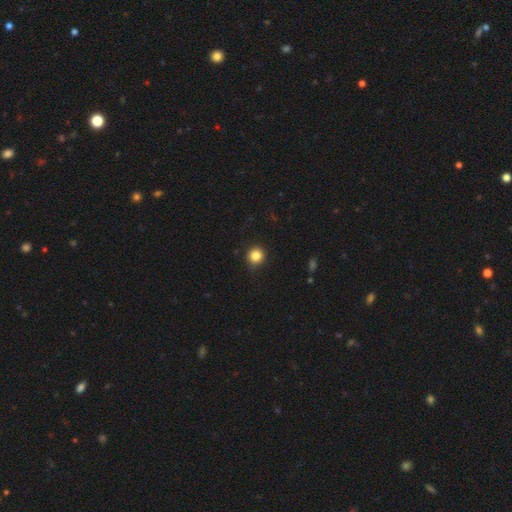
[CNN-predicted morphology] Smooth or featured?
  - smooth: 85% *
  - star or artifact: 11%
  - featured or disk: 4%
How rounded?
  - round: 92% *
  - in between: 7%
  - cigar-shaped: 1%
Merging?
  - none: 85% *
  - minor disturbance: 11%
  - major disturbance: 3%
  - merger: 1%